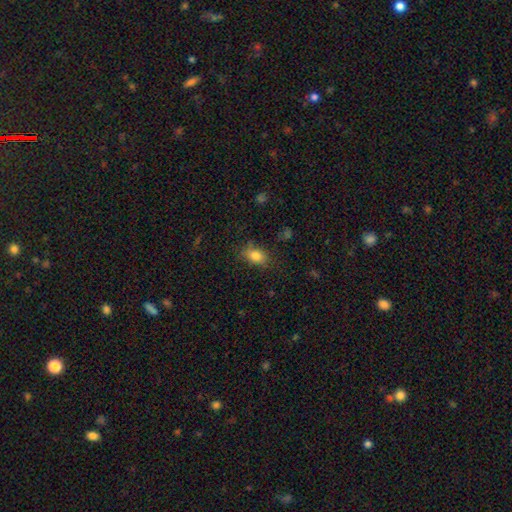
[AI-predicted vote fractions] smooth_or_featured: smooth (p=0.82) [alt: star or artifact p=0.10]
how_rounded: in between (p=0.79) [alt: round p=0.19]
merging: none (p=0.73) [alt: minor disturbance p=0.19]